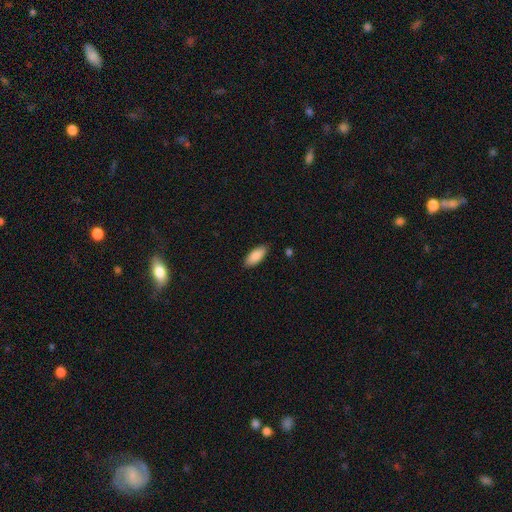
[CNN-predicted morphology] Overall: smooth (87%). How rounded: in between (84%). Merging: none (87%).